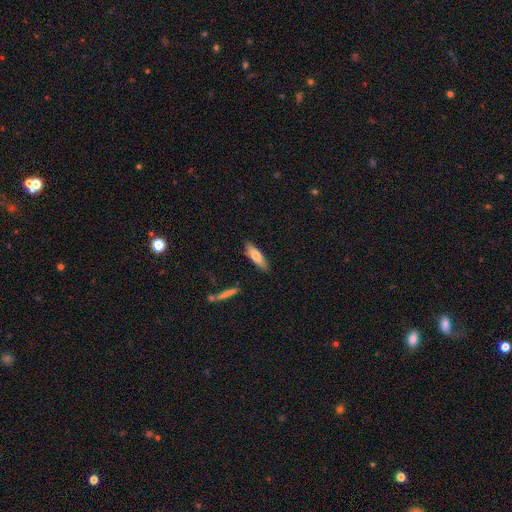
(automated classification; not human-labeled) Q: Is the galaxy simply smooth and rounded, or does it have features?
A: smooth — 69%.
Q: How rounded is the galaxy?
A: cigar-shaped — 66%.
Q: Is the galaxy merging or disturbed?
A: none — 85%.